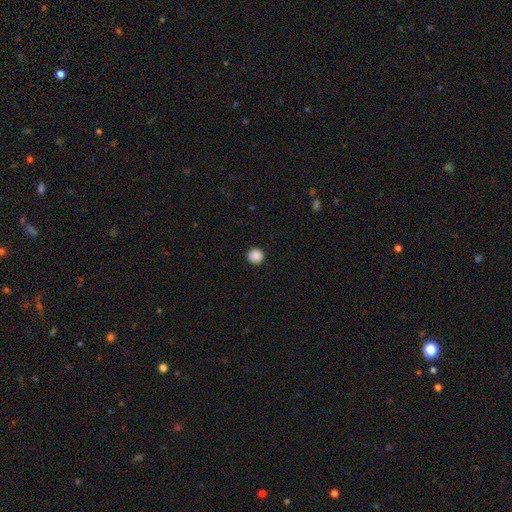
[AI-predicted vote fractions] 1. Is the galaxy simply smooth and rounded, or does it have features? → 88% smooth, 10% star or artifact, 2% featured or disk.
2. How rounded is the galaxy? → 96% round, 3% in between, 1% cigar-shaped.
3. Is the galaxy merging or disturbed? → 93% none, 4% minor disturbance, 2% major disturbance, 1% merger.